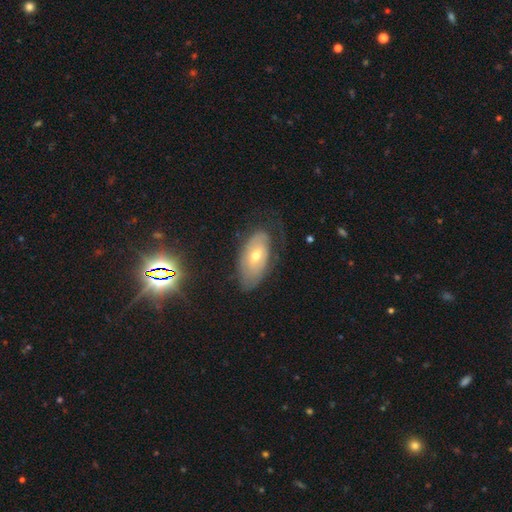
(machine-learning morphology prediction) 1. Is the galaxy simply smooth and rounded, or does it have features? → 52% featured or disk, 37% smooth, 11% star or artifact.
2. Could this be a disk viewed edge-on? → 87% no, 13% yes.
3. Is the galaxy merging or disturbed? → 63% none, 25% minor disturbance, 11% major disturbance, 2% merger.